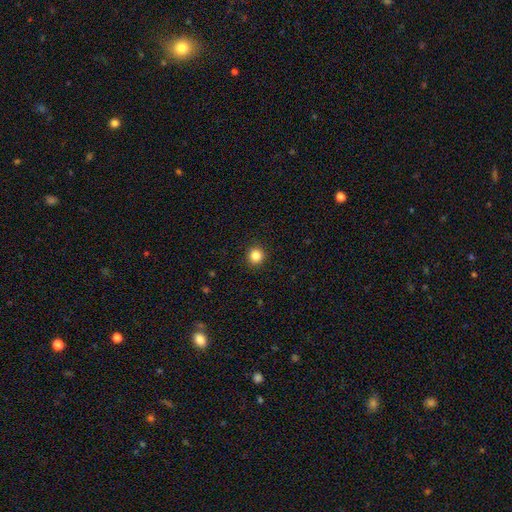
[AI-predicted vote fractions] Smooth or featured?
  - smooth: 85% *
  - star or artifact: 11%
  - featured or disk: 4%
How rounded?
  - round: 93% *
  - in between: 6%
  - cigar-shaped: 1%
Merging?
  - none: 92% *
  - minor disturbance: 5%
  - major disturbance: 2%
  - merger: 1%